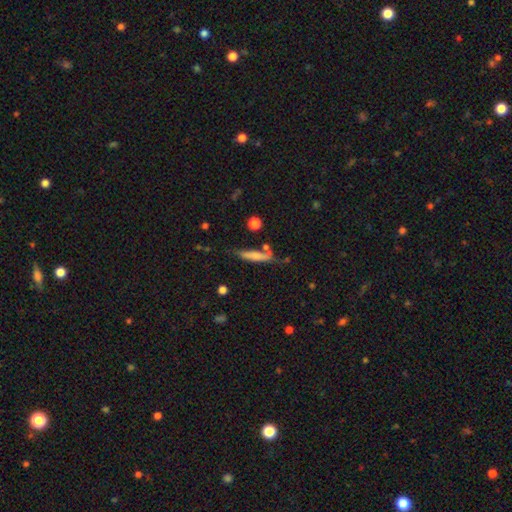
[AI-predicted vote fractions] smooth_or_featured: smooth (p=0.67) [alt: featured or disk p=0.26]
how_rounded: cigar-shaped (p=0.83) [alt: in between p=0.14]
merging: none (p=0.61) [alt: minor disturbance p=0.22]